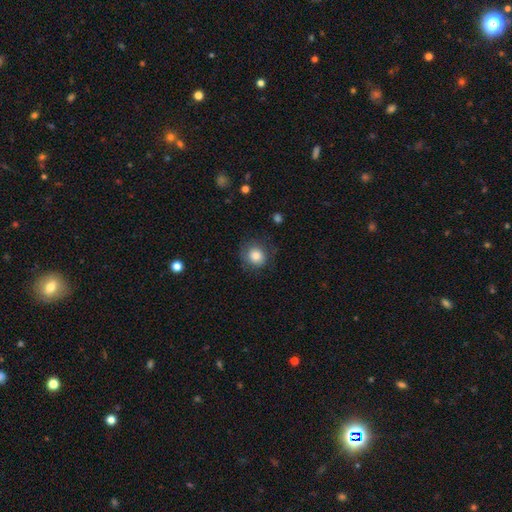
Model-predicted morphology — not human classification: This appears to be a smooth galaxy with no disk features (81%) that is round (83%). Merging: none (75%).